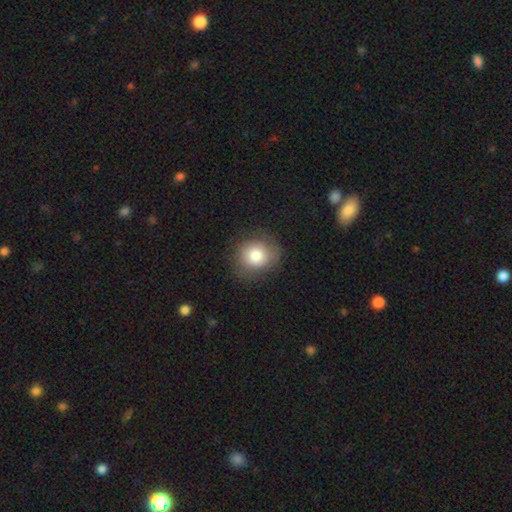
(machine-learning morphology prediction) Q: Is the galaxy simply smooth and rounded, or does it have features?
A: smooth — 78%.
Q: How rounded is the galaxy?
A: round — 84%.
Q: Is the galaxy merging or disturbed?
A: none — 81%.